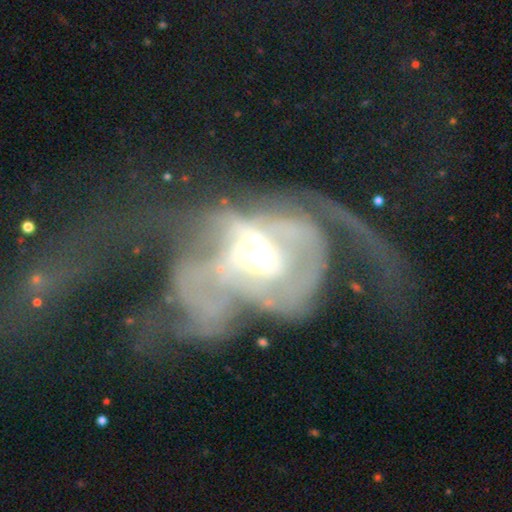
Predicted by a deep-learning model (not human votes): smooth-or-featured: featured or disk: 77% | smooth: 14% | star or artifact: 9%
  disk-edge-on: no: 96% | yes: 4%
    bar: no: 69% | weak: 22% | strong: 9%
    has-spiral-arms: yes: 58% | no: 42%
    bulge-size: moderate: 69% | large: 16% | small: 12% | dominant: 2% | none: 1%
  merging: major disturbance: 68% | none: 13% | merger: 11% | minor disturbance: 8%